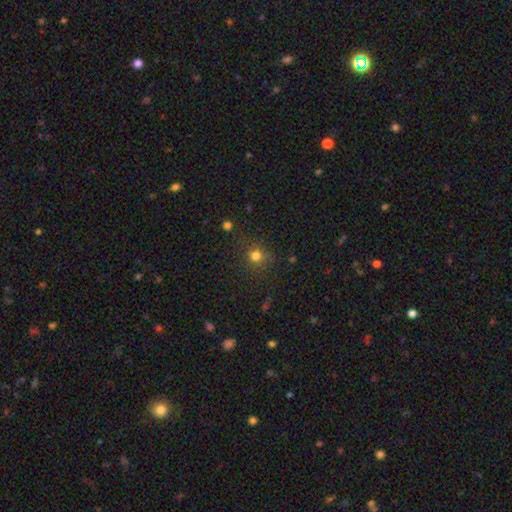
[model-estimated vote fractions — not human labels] Smooth or featured? smooth (76%)
How rounded? round (88%)
Merging? none (80%)